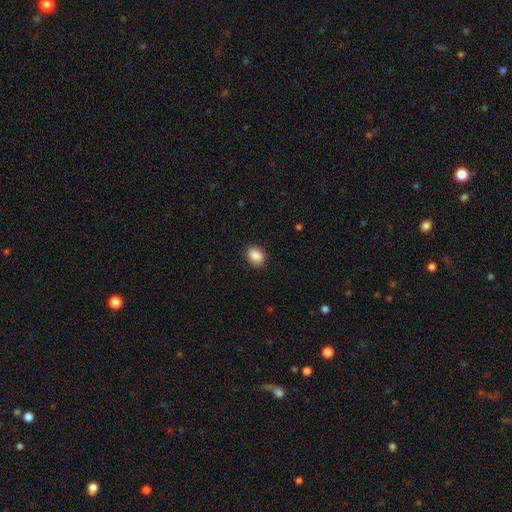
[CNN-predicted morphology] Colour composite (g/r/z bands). It shows a smooth galaxy with no disk features (89%) that is in between round and cigar-shaped (68%). Merging: none (89%).